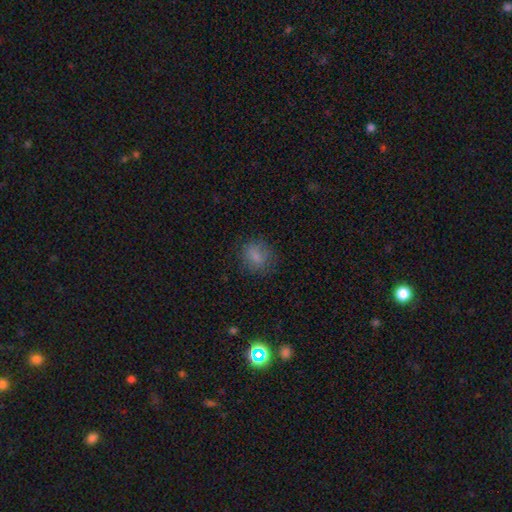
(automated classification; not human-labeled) This appears to be a smooth galaxy with no disk features (78%) that is round (69%). Merging: none (77%).